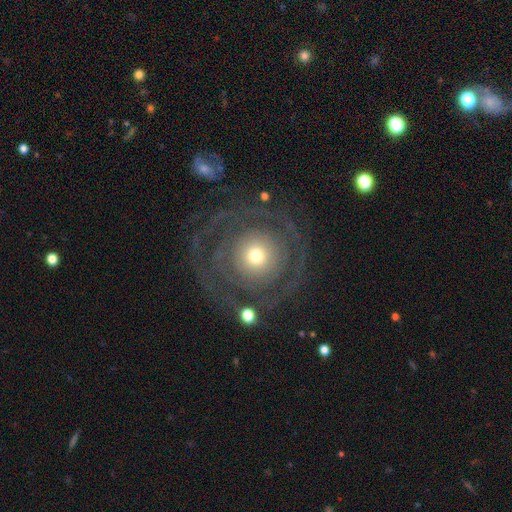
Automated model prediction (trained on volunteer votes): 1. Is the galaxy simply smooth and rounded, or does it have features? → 70% featured or disk, 22% smooth, 8% star or artifact.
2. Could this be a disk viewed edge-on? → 97% no, 3% yes.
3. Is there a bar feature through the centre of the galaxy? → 88% no, 9% weak, 4% strong.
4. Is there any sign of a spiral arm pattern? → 77% yes, 23% no.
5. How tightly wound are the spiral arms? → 72% tight, 18% medium, 10% loose.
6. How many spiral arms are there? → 35% can't tell, 26% 2, 12% 3, 10% 1, 9% 4, 8% more than 4.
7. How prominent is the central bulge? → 45% small, 41% moderate, 10% large, 3% dominant, 2% none.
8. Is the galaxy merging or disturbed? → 73% none, 14% major disturbance, 11% minor disturbance, 2% merger.